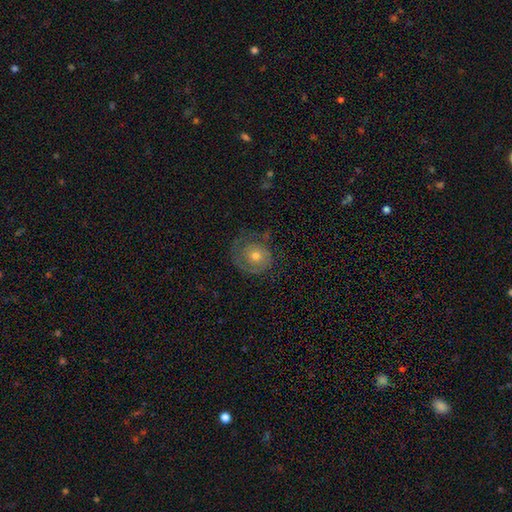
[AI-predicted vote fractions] A featured or disk galaxy (58%) with no bar (84%), spiral arms (74%) and a moderate central bulge (64%). Merging: none (56%).